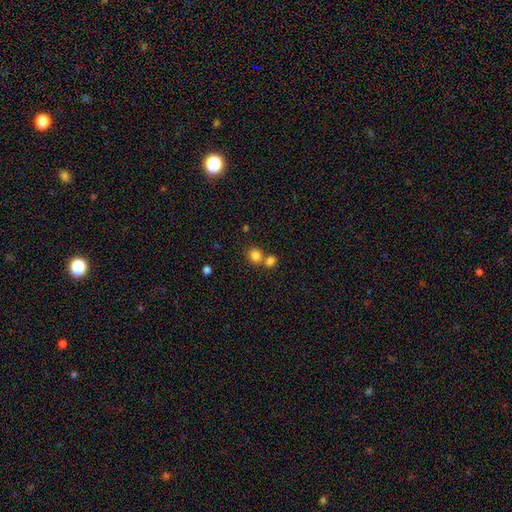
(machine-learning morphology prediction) smooth-or-featured: smooth: 82% | star or artifact: 12% | featured or disk: 6%
  how-rounded: round: 77% | in between: 22% | cigar-shaped: 1%
  merging: none: 54% | merger: 37% | minor disturbance: 7% | major disturbance: 3%